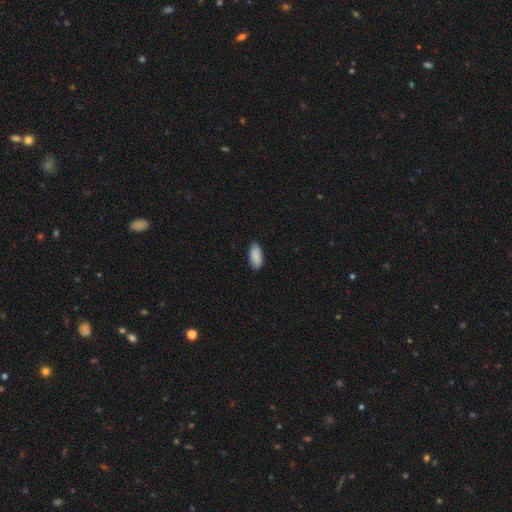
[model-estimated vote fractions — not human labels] Smooth or featured? Predicted: smooth (p=0.90). How rounded? Predicted: in between (p=0.89). Merging? Predicted: none (p=0.84).